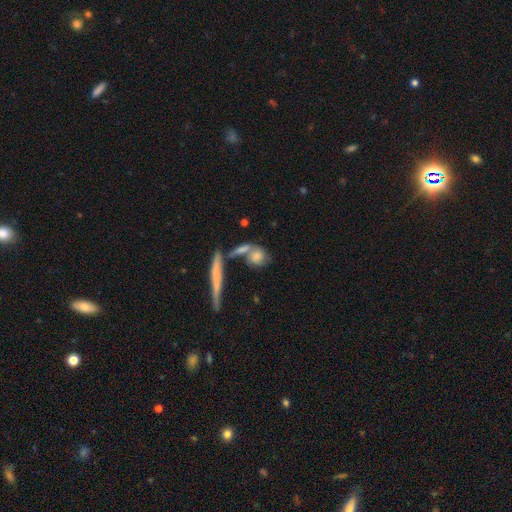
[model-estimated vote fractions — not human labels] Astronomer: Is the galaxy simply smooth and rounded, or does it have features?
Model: smooth — 57% (runner-up: featured or disk, 34%).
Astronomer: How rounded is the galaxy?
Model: in between — 38% (runner-up: round, 34%).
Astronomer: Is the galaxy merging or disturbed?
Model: none — 40% (runner-up: merger, 36%).